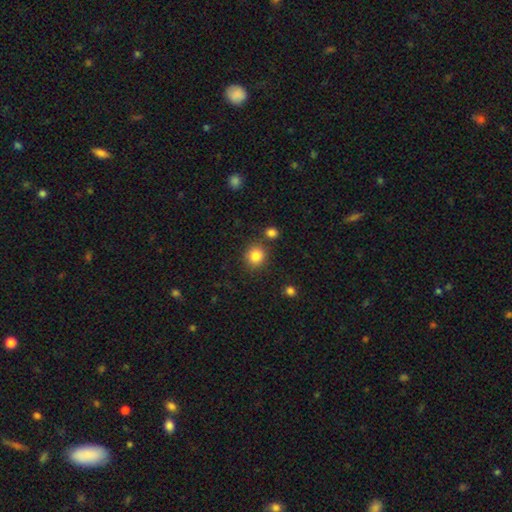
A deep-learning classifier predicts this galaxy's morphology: Smooth or featured? Predicted: smooth (p=0.85). How rounded? Predicted: round (p=0.86). Merging? Predicted: none (p=0.82).